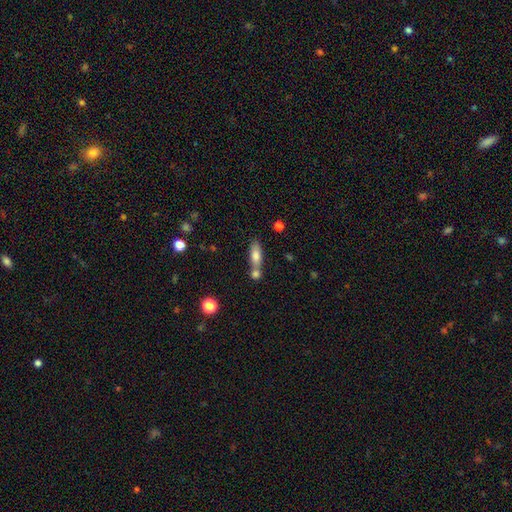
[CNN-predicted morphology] This is likely a smooth galaxy (74%). How rounded: likely in between (60%). Merging: marginally none (44%).